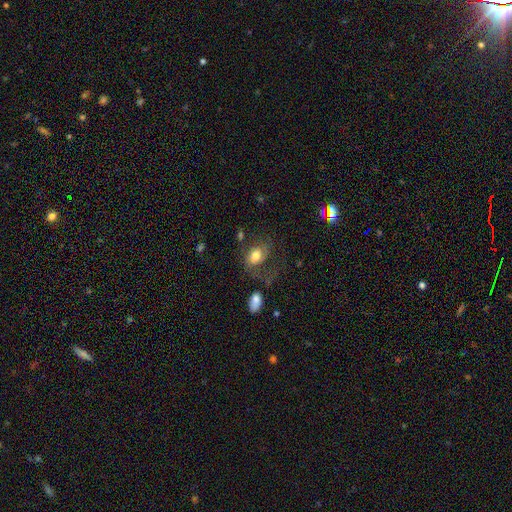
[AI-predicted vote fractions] smooth 57%, featured or disk 34%, star or artifact 9%. Down the decision tree: how rounded — in between (67%); merging — none (37%).